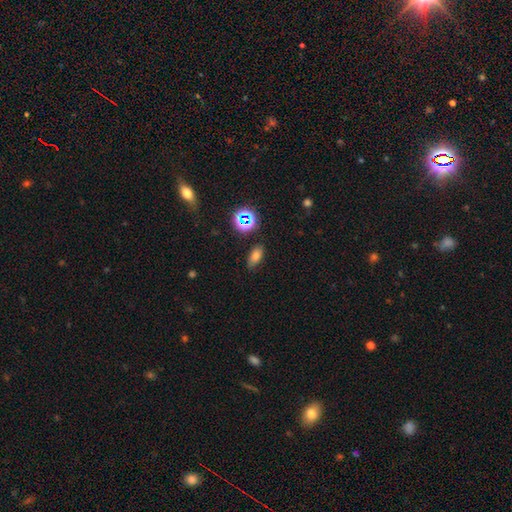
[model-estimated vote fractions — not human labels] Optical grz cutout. It shows a smooth galaxy with no disk features (71%) that is in between round and cigar-shaped (84%). Merging: none (81%).